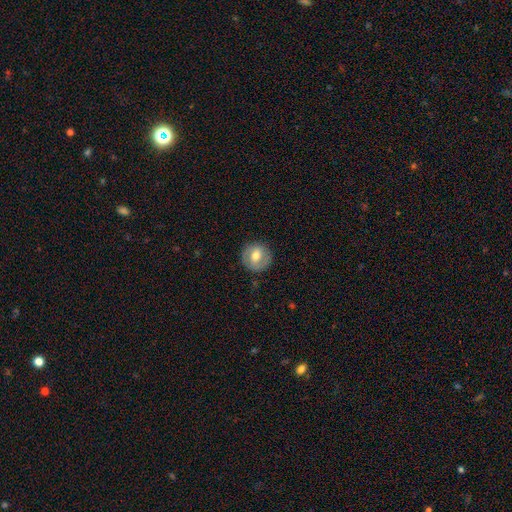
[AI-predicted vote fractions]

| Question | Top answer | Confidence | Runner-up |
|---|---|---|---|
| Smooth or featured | smooth | 59% | featured or disk (33%) |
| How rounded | round | 90% | in between (9%) |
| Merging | none | 85% | minor disturbance (10%) |